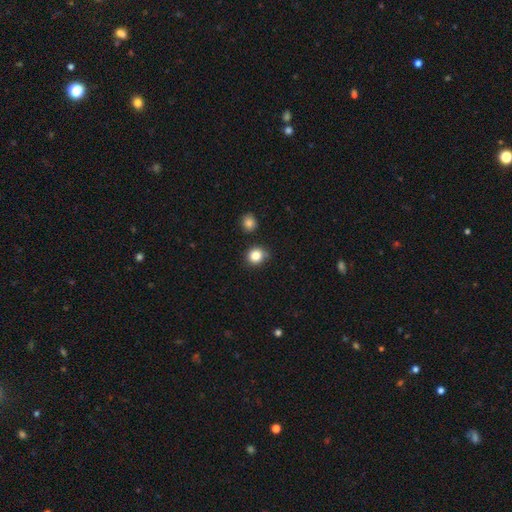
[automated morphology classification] Smooth or featured: smooth — 84% (star or artifact — 11%)
How rounded: round — 84% (in between — 15%)
Merging: none — 82% (minor disturbance — 12%)